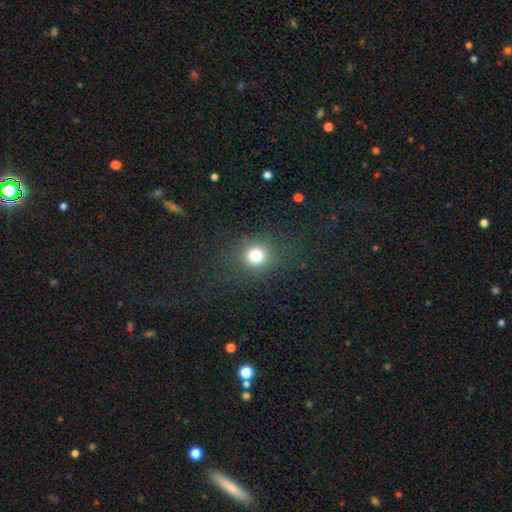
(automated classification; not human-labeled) This is likely a smooth galaxy (76%). How rounded: clearly round (88%). Merging: clearly none (87%).